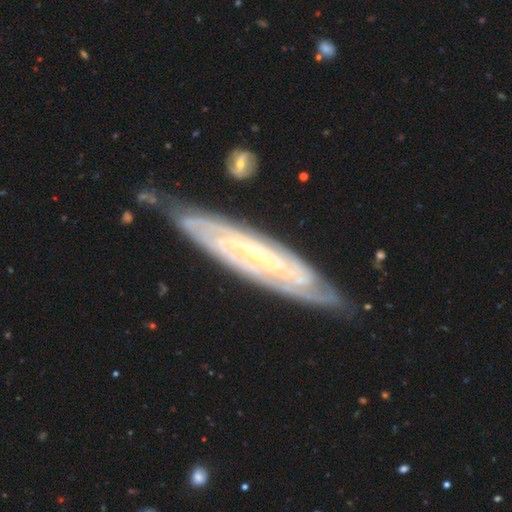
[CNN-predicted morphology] Smooth or featured?
  - featured or disk: 85% *
  - smooth: 10%
  - star or artifact: 6%
Edge-on disk?
  - no: 76% *
  - yes: 24%
Bar?
  - no: 59% *
  - weak: 28%
  - strong: 13%
Spiral arms?
  - yes: 96% *
  - no: 4%
Spiral winding?
  - tight: 79% *
  - medium: 17%
  - loose: 3%
Spiral arm count?
  - can't tell: 42% *
  - 2: 22%
  - 3: 13%
  - 4: 11%
  - more than 4: 7%
  - 1: 5%
Bulge size?
  - small: 84% *
  - moderate: 11%
  - none: 4%
  - large: 1%
  - dominant: 1%
Merging?
  - none: 76% *
  - minor disturbance: 17%
  - major disturbance: 4%
  - merger: 3%